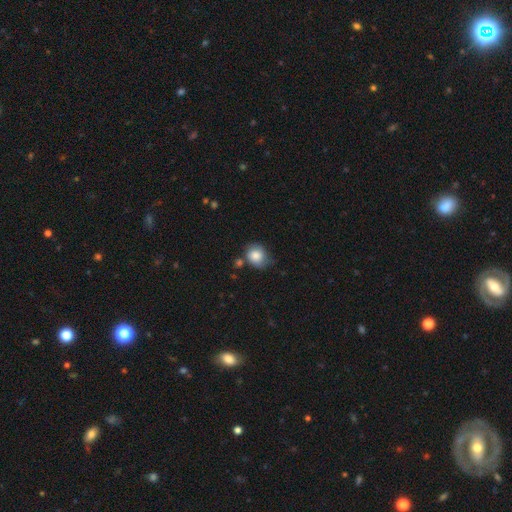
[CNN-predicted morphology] smooth_or_featured: smooth (p=0.82) [alt: featured or disk p=0.10]
how_rounded: round (p=0.66) [alt: in between p=0.33]
merging: none (p=0.56) [alt: minor disturbance p=0.28]